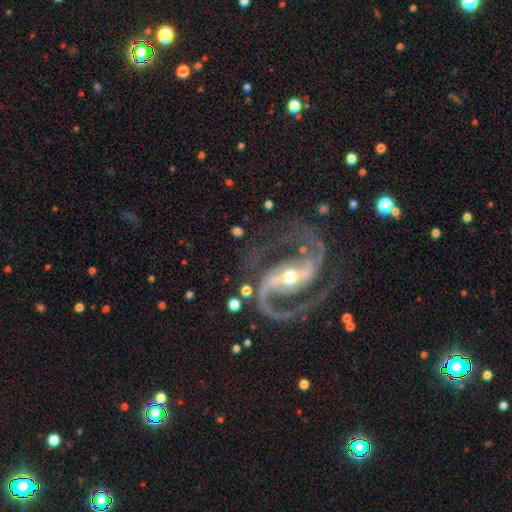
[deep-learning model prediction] Q: Smooth or featured?
A: featured or disk (93%); runner-up: star or artifact (5%)
Q: Edge-on disk?
A: no (97%); runner-up: yes (3%)
Q: Bar?
A: strong (53%); runner-up: weak (27%)
Q: Spiral arms?
A: yes (98%); runner-up: no (2%)
Q: Spiral winding?
A: medium (62%); runner-up: loose (20%)
Q: Spiral arm count?
A: 2 (93%); runner-up: 3 (2%)
Q: Bulge size?
A: small (51%); runner-up: moderate (44%)
Q: Merging?
A: none (71%); runner-up: minor disturbance (15%)